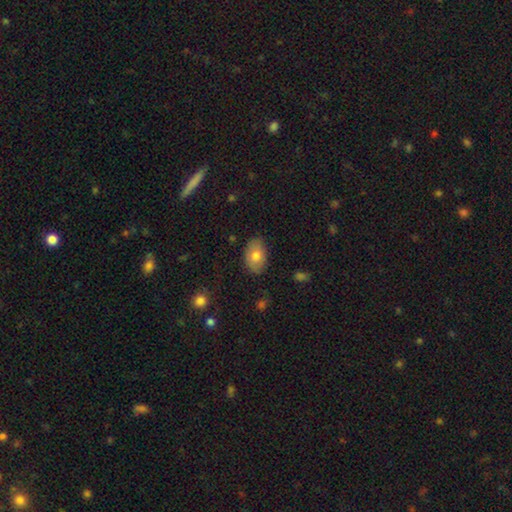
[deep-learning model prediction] smooth-or-featured: smooth: 75% | featured or disk: 17% | star or artifact: 7%
  how-rounded: in between: 88% | round: 11% | cigar-shaped: 1%
  merging: none: 80% | minor disturbance: 16% | major disturbance: 3% | merger: 1%